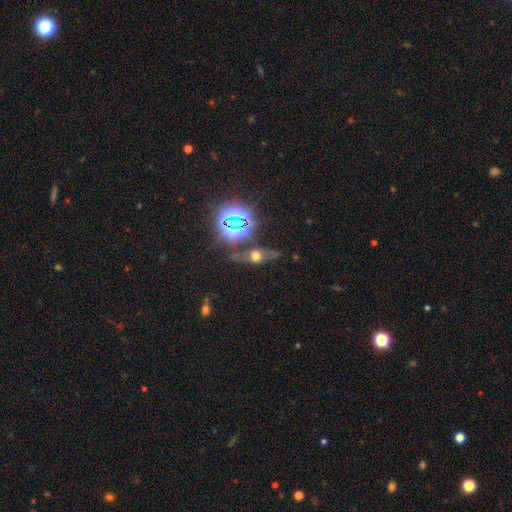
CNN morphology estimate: Smooth or featured?
  - featured or disk: 38% *
  - star or artifact: 34%
  - smooth: 28%
Merging?
  - none: 64% *
  - minor disturbance: 17%
  - major disturbance: 10%
  - merger: 9%